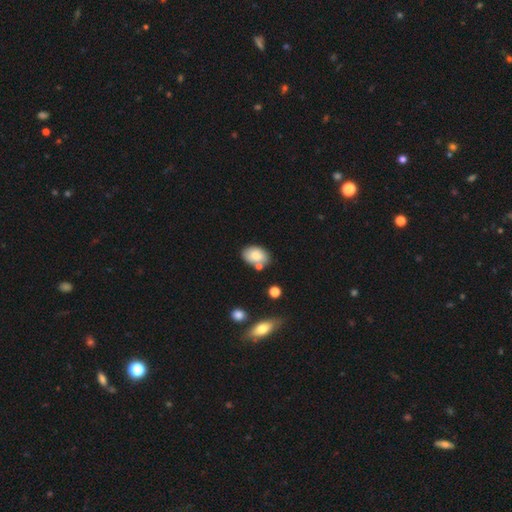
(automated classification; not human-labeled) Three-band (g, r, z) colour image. It shows a smooth galaxy with no disk features (82%) that is in between round and cigar-shaped (86%). Merging: none (67%).